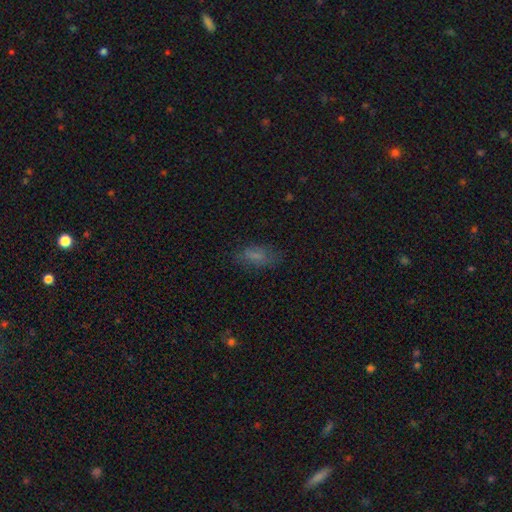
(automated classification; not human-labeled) Overall: smooth (70%). How rounded: in between (84%). Merging: none (68%).